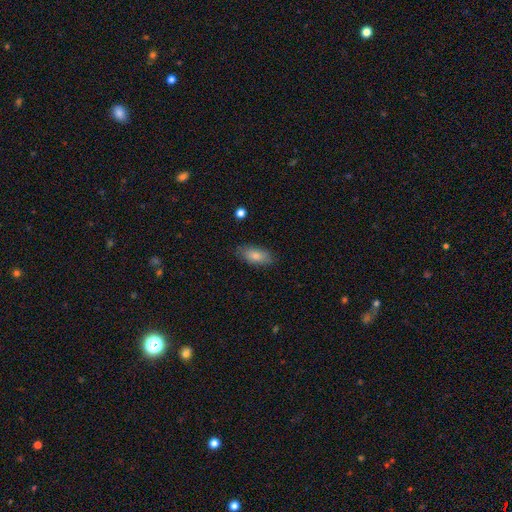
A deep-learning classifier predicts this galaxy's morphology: smooth 80%, featured or disk 13%, star or artifact 7%. Down the decision tree: how rounded — in between (86%); merging — none (81%).